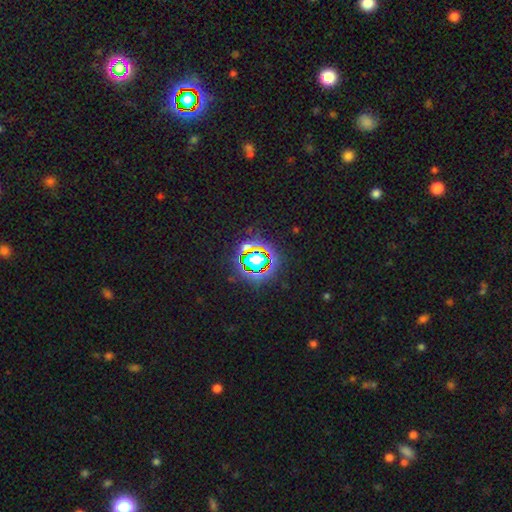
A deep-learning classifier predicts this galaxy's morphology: smooth-or-featured: star or artifact: 78% | smooth: 13% | featured or disk: 8%